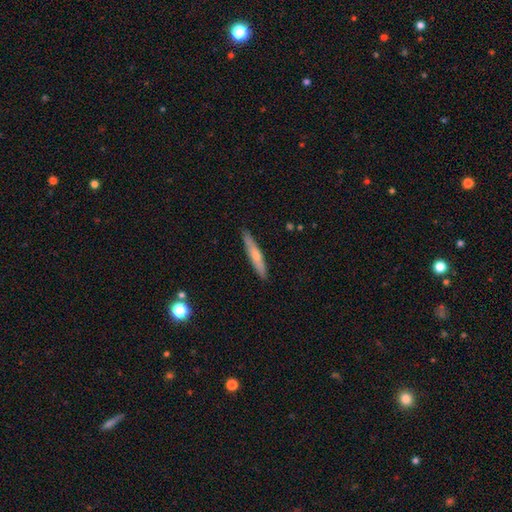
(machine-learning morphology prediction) Smooth or featured? Predicted: smooth (p=0.56). How rounded? Predicted: cigar-shaped (p=0.91). Merging? Predicted: none (p=0.88).